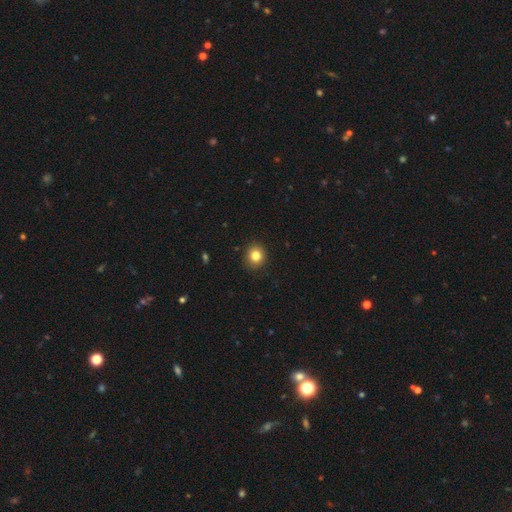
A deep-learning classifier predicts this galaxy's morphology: Q: Smooth or featured?
A: smooth (82%); runner-up: star or artifact (12%)
Q: How rounded?
A: round (85%); runner-up: in between (14%)
Q: Merging?
A: none (91%); runner-up: minor disturbance (6%)